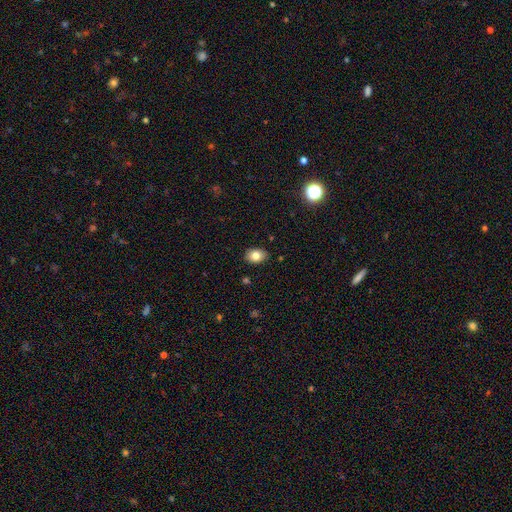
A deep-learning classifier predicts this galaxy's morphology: smooth 81%, star or artifact 9%, featured or disk 9%. Down the decision tree: how rounded — in between (75%); merging — none (87%).